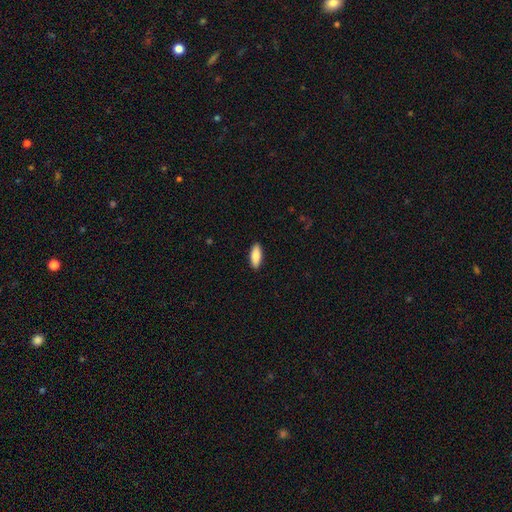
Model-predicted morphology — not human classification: This appears to be a smooth galaxy with no disk features (88%) that is in between round and cigar-shaped (78%). Merging: none (90%).